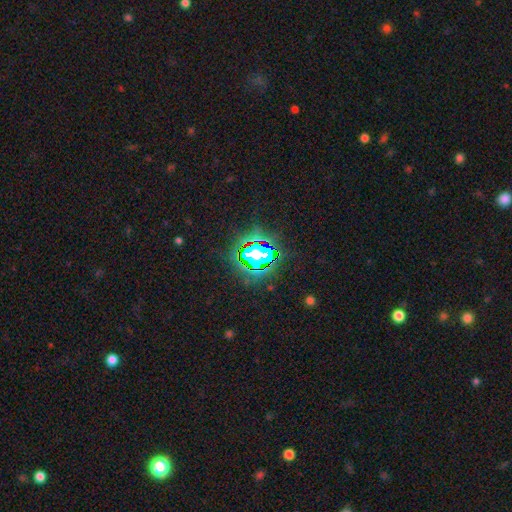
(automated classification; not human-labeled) A star or artifact, not a galaxy (82%).